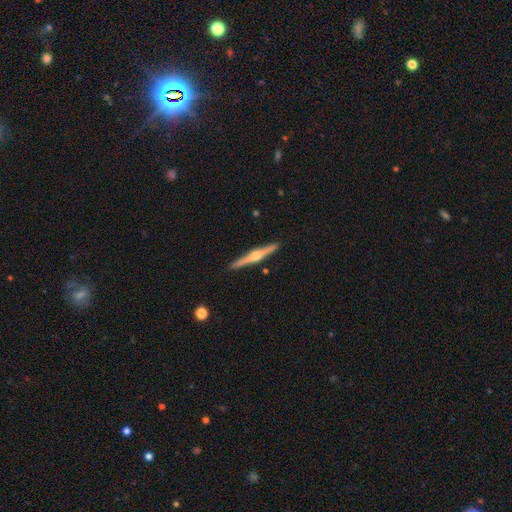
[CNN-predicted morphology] featured or disk 79%, smooth 16%, star or artifact 5%. Down the decision tree: edge-on disk — yes (98%); edge-on bulge — rounded (93%); merging — none (91%).